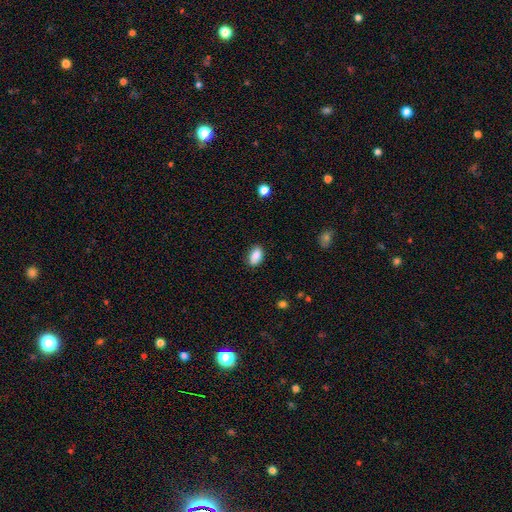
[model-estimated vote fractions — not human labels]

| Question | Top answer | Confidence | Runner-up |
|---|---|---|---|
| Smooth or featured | smooth | 86% | star or artifact (8%) |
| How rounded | in between | 90% | round (8%) |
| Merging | none | 81% | minor disturbance (14%) |